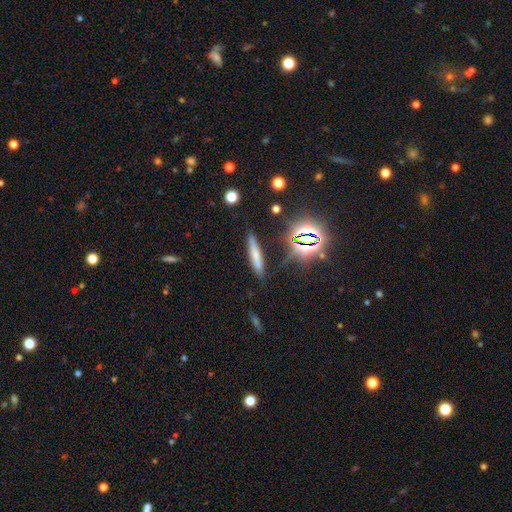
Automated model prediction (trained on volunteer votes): Q: Smooth or featured?
A: smooth (61%); runner-up: featured or disk (21%)
Q: How rounded?
A: cigar-shaped (89%); runner-up: in between (9%)
Q: Merging?
A: none (81%); runner-up: minor disturbance (12%)